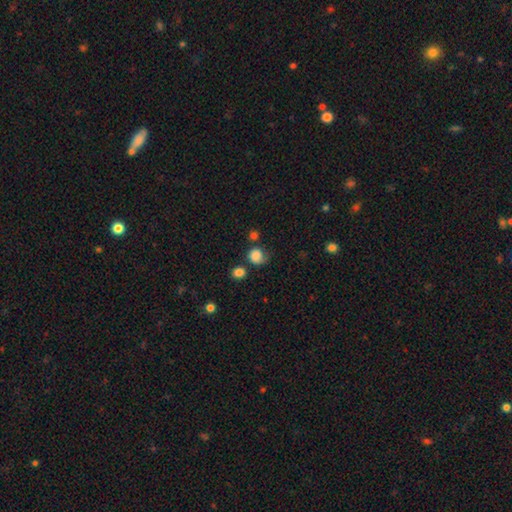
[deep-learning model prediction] Smooth or featured: smooth — 82% (star or artifact — 10%)
How rounded: round — 81% (in between — 19%)
Merging: none — 54% (minor disturbance — 25%)